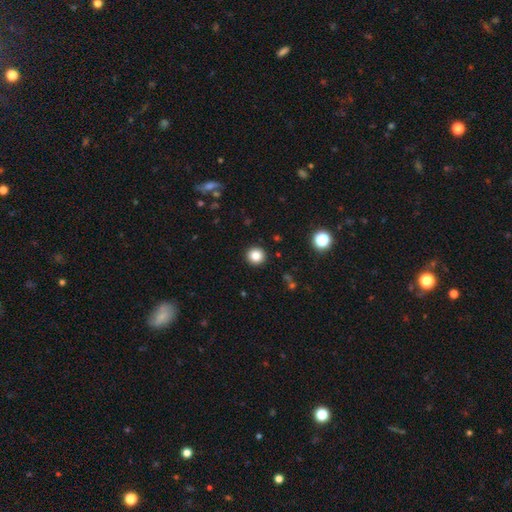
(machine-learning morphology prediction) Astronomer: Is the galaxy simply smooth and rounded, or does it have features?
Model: smooth — 83%.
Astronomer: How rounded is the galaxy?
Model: round — 94%.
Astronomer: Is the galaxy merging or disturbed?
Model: none — 93%.